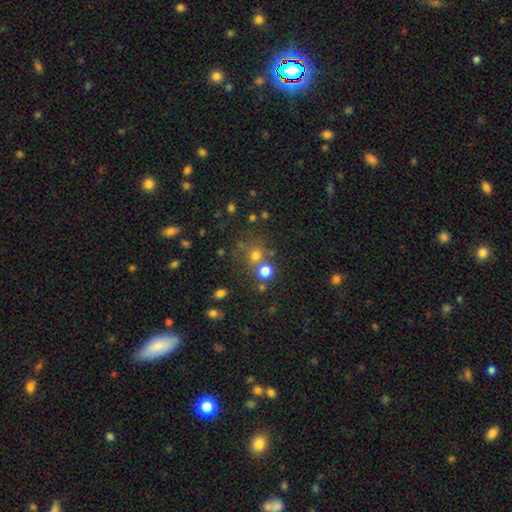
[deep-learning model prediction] Q: Smooth or featured?
A: smooth (70%); runner-up: star or artifact (20%)
Q: How rounded?
A: round (88%); runner-up: in between (11%)
Q: Merging?
A: none (61%); runner-up: merger (26%)